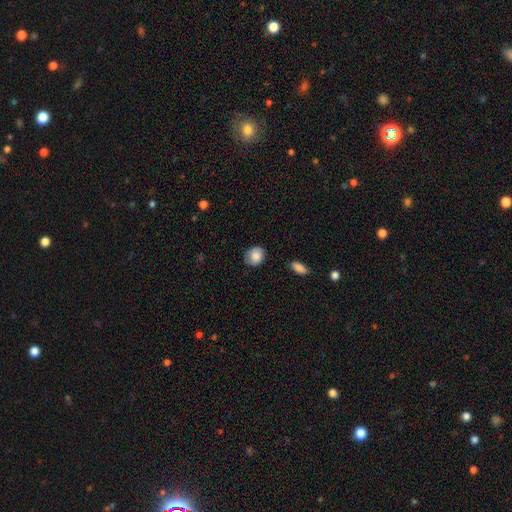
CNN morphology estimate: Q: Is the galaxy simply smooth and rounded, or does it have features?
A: smooth — 83%.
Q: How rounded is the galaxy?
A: round — 62%.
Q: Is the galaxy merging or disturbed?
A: none — 77%.